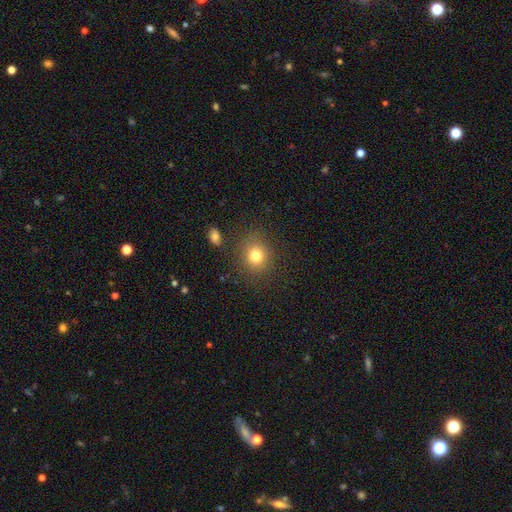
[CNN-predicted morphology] Smooth or featured? Predicted: smooth (p=0.80). How rounded? Predicted: round (p=0.79). Merging? Predicted: none (p=0.83).